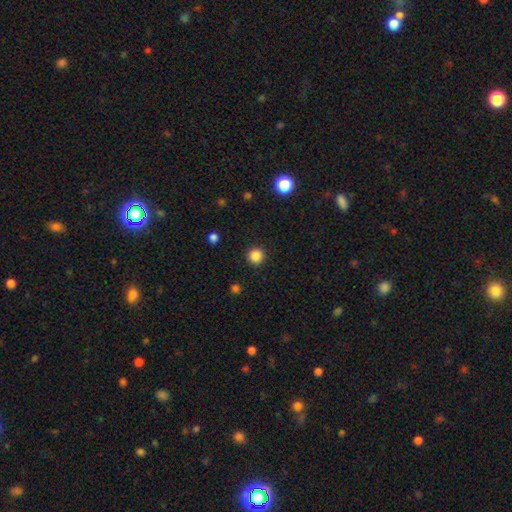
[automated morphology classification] Overall: smooth (86%). How rounded: round (96%). Merging: none (92%).